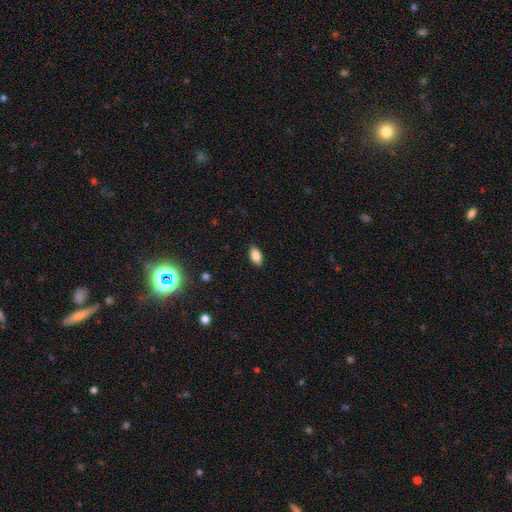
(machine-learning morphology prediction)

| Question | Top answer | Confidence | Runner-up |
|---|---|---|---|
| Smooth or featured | smooth | 86% | star or artifact (9%) |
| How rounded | in between | 92% | round (5%) |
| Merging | none | 87% | minor disturbance (10%) |